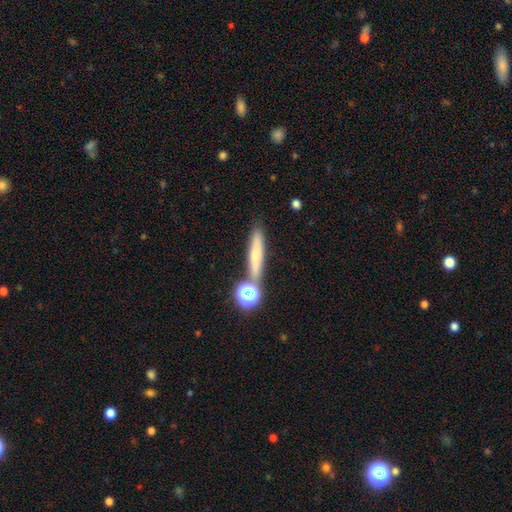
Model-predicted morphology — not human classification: A smooth galaxy with no disk features (58%) that is cigar-shaped (80%).

Vote fractions:
- Smooth or featured? smooth: 58% / featured or disk: 28% / star or artifact: 14%
- How rounded? cigar-shaped: 80% / in between: 12% / round: 8%
- Merging? none: 76% / minor disturbance: 10% / merger: 10% / major disturbance: 3%